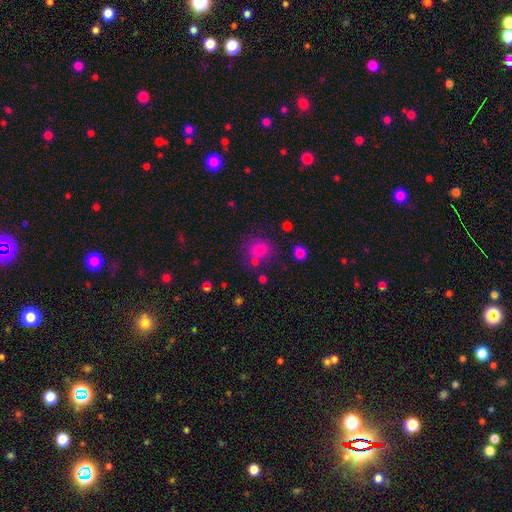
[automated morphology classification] This appears to be a smooth galaxy with no disk features (75%) that is round (71%). Merging: none (63%).